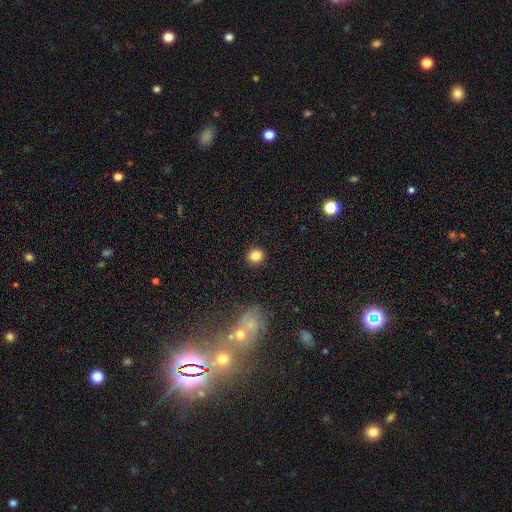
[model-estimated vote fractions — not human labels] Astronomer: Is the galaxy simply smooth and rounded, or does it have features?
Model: smooth — 83%.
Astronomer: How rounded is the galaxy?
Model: round — 83%.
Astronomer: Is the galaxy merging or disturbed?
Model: none — 90%.